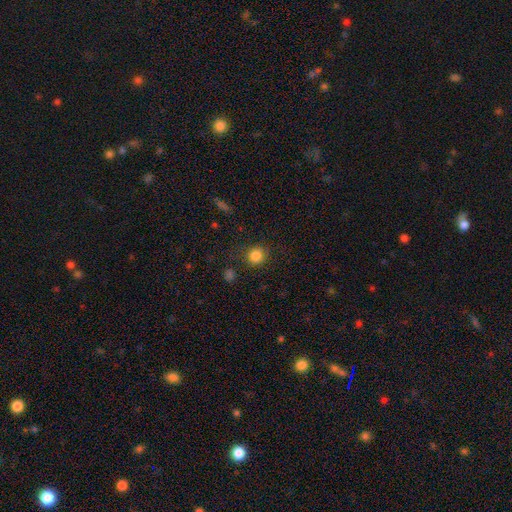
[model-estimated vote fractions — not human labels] Smooth or featured? smooth (84%)
How rounded? round (89%)
Merging? none (84%)